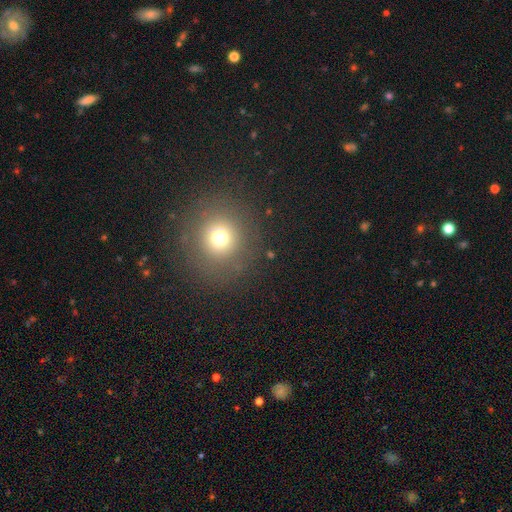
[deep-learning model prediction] Smooth or featured: smooth — 66% (star or artifact — 27%)
How rounded: round — 90% (in between — 8%)
Merging: none — 91% (minor disturbance — 5%)